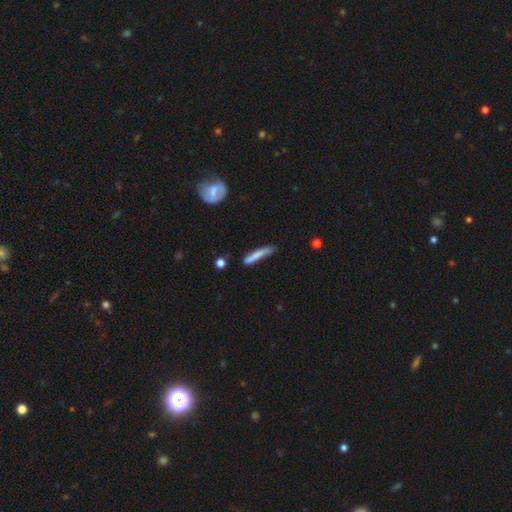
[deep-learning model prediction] Smooth or featured? Predicted: smooth (p=0.75). How rounded? Predicted: cigar-shaped (p=0.92). Merging? Predicted: none (p=0.60).